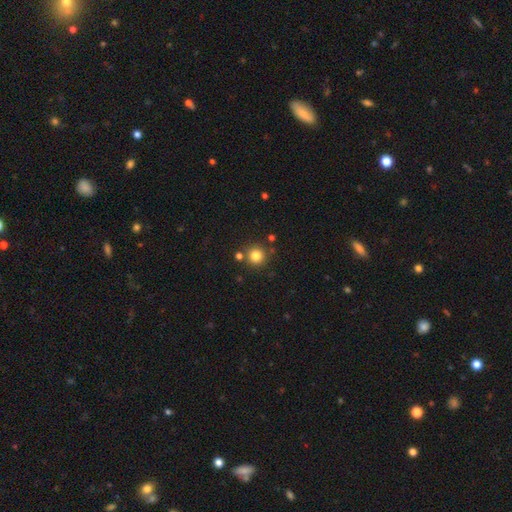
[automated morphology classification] smooth-or-featured: smooth: 81% | star or artifact: 13% | featured or disk: 6%
  how-rounded: round: 94% | in between: 5% | cigar-shaped: 1%
  merging: none: 82% | merger: 9% | minor disturbance: 7% | major disturbance: 3%